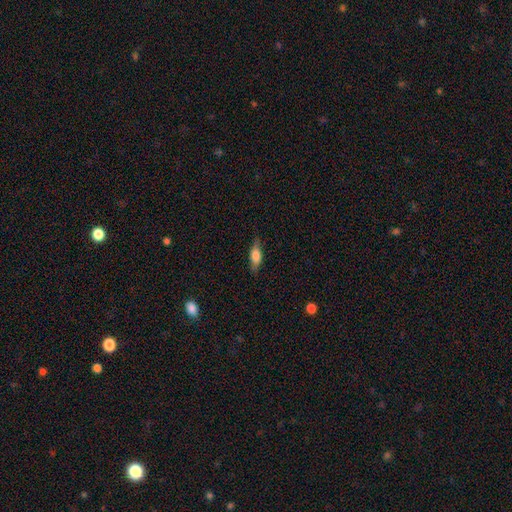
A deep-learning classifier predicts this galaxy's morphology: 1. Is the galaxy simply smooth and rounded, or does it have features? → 66% smooth, 27% featured or disk, 7% star or artifact.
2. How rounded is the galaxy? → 60% in between, 36% cigar-shaped, 4% round.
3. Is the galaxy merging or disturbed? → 80% none, 15% minor disturbance, 4% major disturbance, 1% merger.